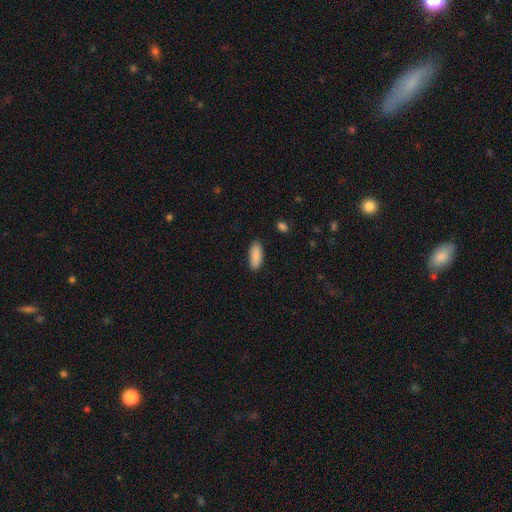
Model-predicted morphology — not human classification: This appears to be a smooth galaxy with no disk features (90%) that is in between round and cigar-shaped (79%). Merging: none (87%).